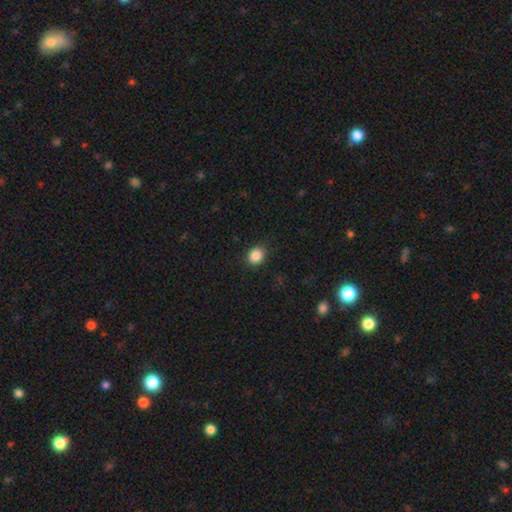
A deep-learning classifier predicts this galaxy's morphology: type=smooth (87%); roundness=round (62%); merging=none (89%).